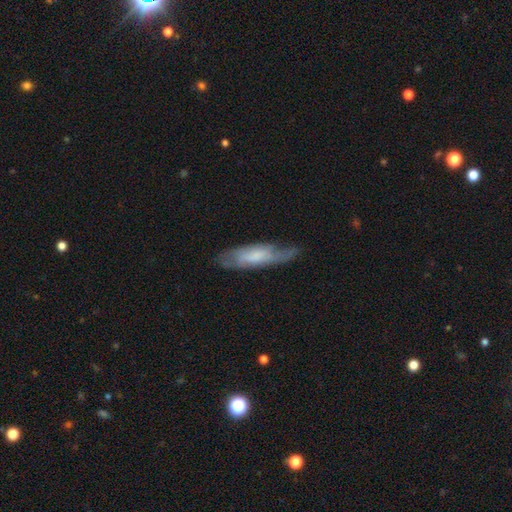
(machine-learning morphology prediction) A featured or disk galaxy (51%).

Vote fractions:
- Smooth or featured? featured or disk: 51% / smooth: 43% / star or artifact: 6%
- Edge-on disk? no: 64% / yes: 36%
- Merging? none: 62% / minor disturbance: 26% / major disturbance: 10% / merger: 2%